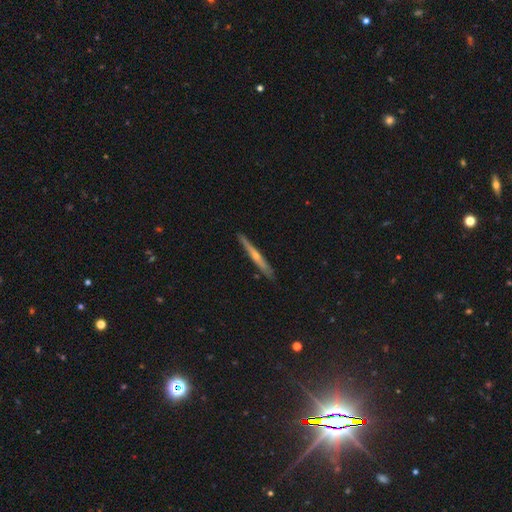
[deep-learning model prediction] Q: Smooth or featured?
A: featured or disk (65%); runner-up: smooth (29%)
Q: Edge-on disk?
A: yes (97%); runner-up: no (3%)
Q: Edge-on bulge?
A: rounded (72%); runner-up: none (24%)
Q: Merging?
A: none (88%); runner-up: minor disturbance (9%)